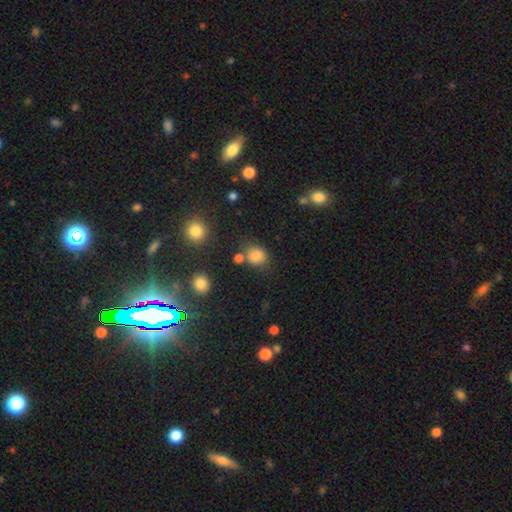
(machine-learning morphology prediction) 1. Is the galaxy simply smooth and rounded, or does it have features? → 81% smooth, 13% star or artifact, 5% featured or disk.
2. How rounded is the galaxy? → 72% round, 27% in between, 1% cigar-shaped.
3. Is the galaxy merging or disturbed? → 69% none, 15% minor disturbance, 10% merger, 6% major disturbance.